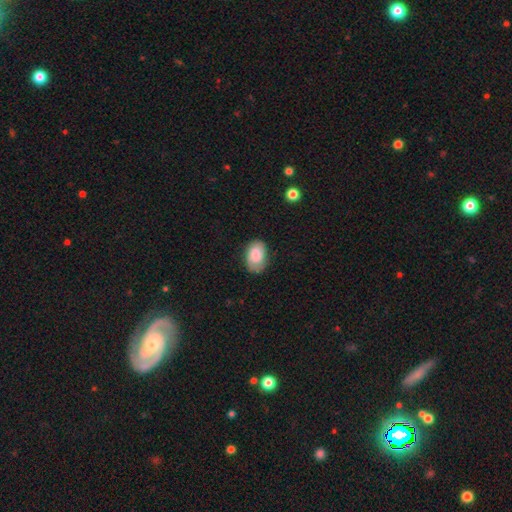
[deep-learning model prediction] A smooth galaxy with no disk features (78%) that is in between round and cigar-shaped (88%). Merging: none (73%).